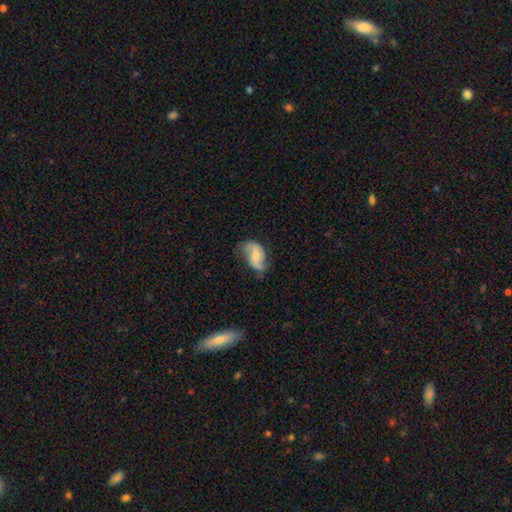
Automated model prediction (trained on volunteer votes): This is possibly a featured or disk galaxy (59%). It is clearly not viewed edge-on (96%). Bar: marginally weak (43%). Spiral arm pattern: clearly yes (86%). Central bulge: possibly moderate (50%). Merging: possibly none (51%).